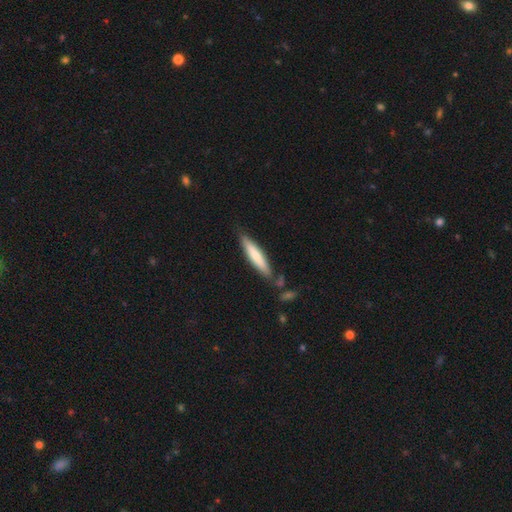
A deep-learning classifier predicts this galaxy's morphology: type=smooth (70%); roundness=cigar-shaped (87%); merging=none (79%).